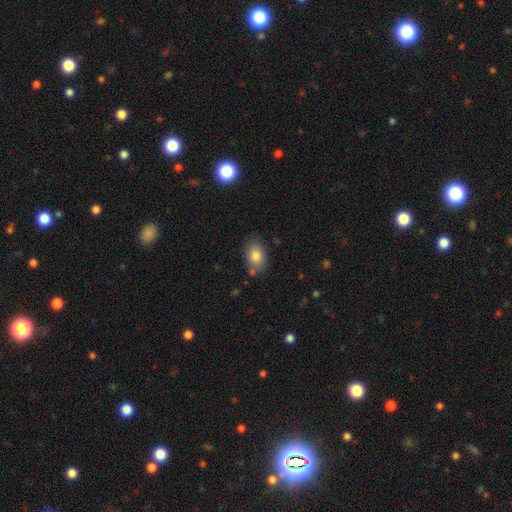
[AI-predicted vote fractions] Smooth or featured?
  - smooth: 82% *
  - featured or disk: 10%
  - star or artifact: 8%
How rounded?
  - in between: 83% *
  - round: 16%
  - cigar-shaped: 1%
Merging?
  - none: 78% *
  - minor disturbance: 14%
  - merger: 5%
  - major disturbance: 3%